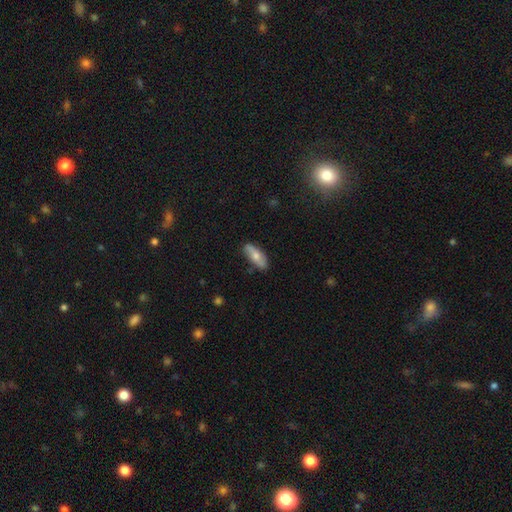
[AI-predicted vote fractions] This appears to be a smooth galaxy with no disk features (60%) that is in between round and cigar-shaped (74%). Merging: none (80%).